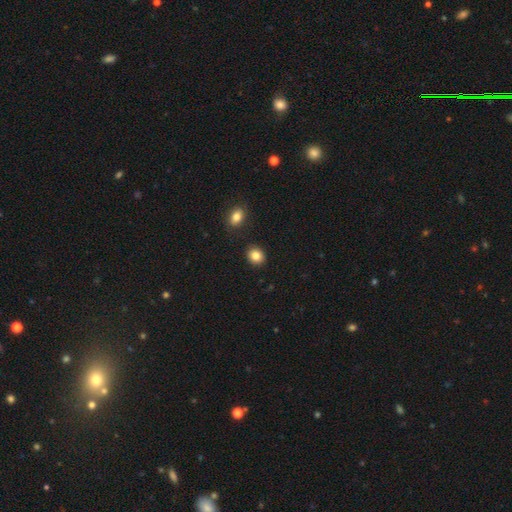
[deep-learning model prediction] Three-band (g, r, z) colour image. It shows a smooth galaxy with no disk features (85%) that is round (65%). Merging: none (89%).